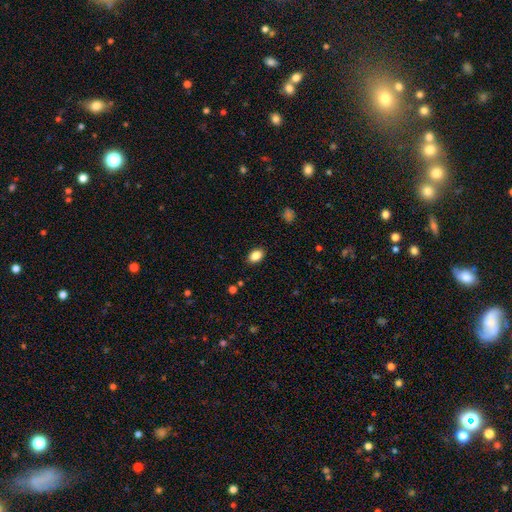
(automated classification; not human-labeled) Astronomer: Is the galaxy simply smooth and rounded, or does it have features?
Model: smooth — 86%.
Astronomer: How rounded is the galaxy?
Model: in between — 82%.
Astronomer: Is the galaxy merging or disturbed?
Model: none — 88%.